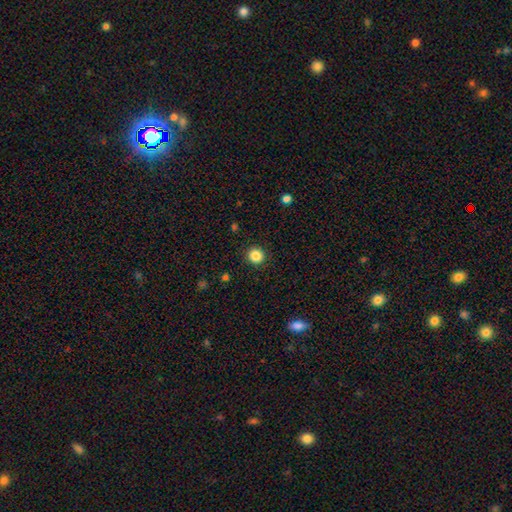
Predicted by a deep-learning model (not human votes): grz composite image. It shows a smooth galaxy with no disk features (86%) that is round (91%). Merging: none (92%).